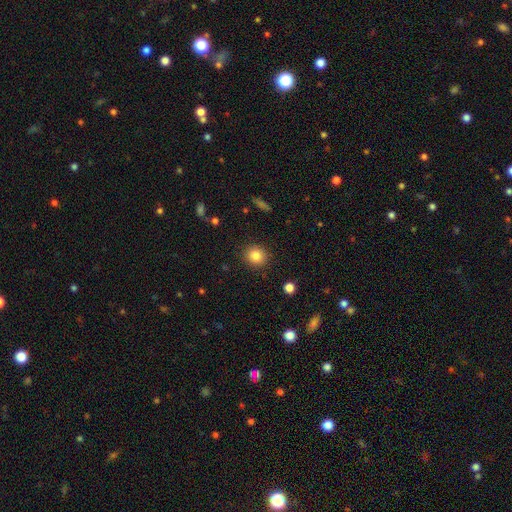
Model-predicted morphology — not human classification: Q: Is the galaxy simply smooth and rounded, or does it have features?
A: smooth — 84%.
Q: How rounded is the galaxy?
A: round — 86%.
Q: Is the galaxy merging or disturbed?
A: none — 90%.